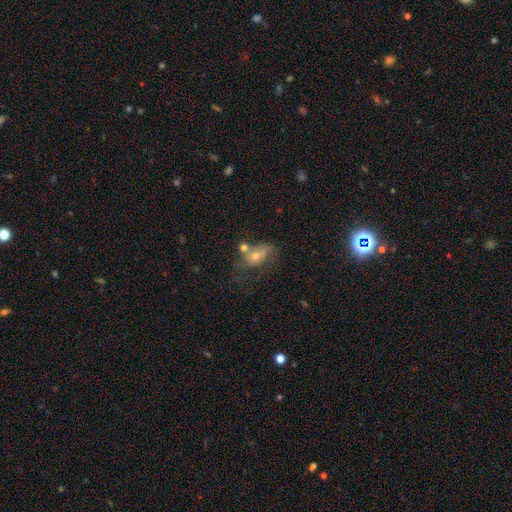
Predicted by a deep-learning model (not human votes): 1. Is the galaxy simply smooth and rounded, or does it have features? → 45% smooth, 39% featured or disk, 17% star or artifact.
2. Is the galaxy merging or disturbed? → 34% none, 23% merger, 22% major disturbance, 20% minor disturbance.